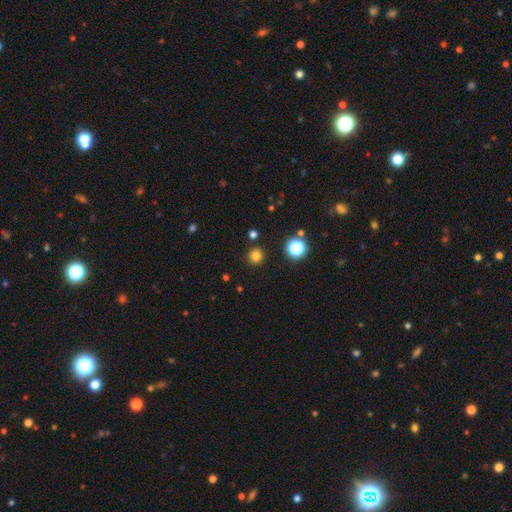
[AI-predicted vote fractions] Q: Smooth or featured?
A: smooth (79%); runner-up: star or artifact (17%)
Q: How rounded?
A: round (93%); runner-up: in between (6%)
Q: Merging?
A: none (89%); runner-up: minor disturbance (6%)